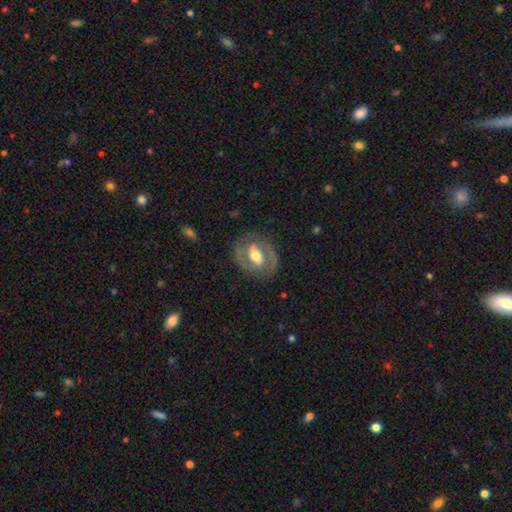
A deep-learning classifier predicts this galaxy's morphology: Overall: featured or disk (74%). Edge-on disk: no (95%). Bar: weak (38%; strong 34%). Spiral arms: yes (71%). Bulge size: moderate (67%). Merging: none (79%).